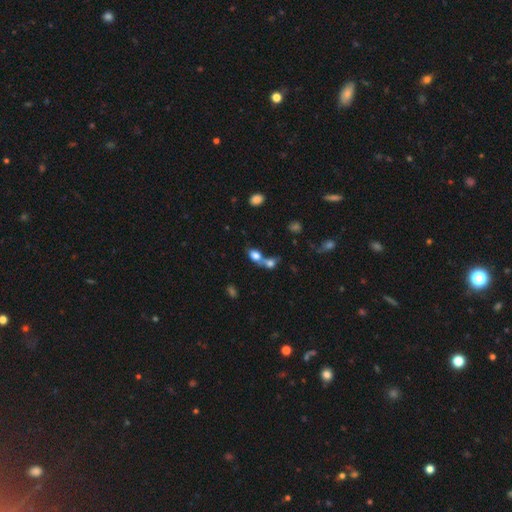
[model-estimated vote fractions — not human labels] Morphology: type=smooth (76%); roundness=in between (75%); merging=merger (61%).